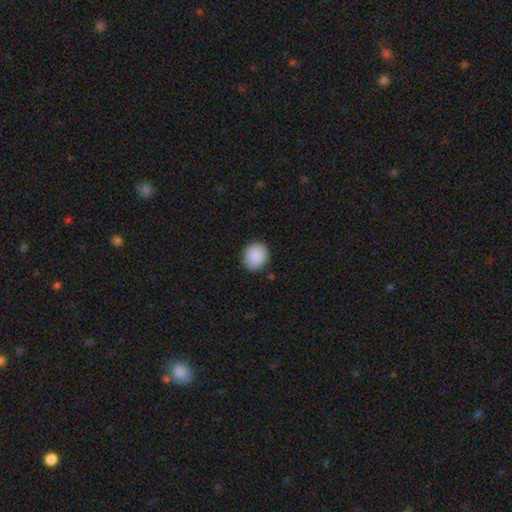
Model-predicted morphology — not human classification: A smooth galaxy with no disk features (89%) that is round (84%). Merging: none (88%).